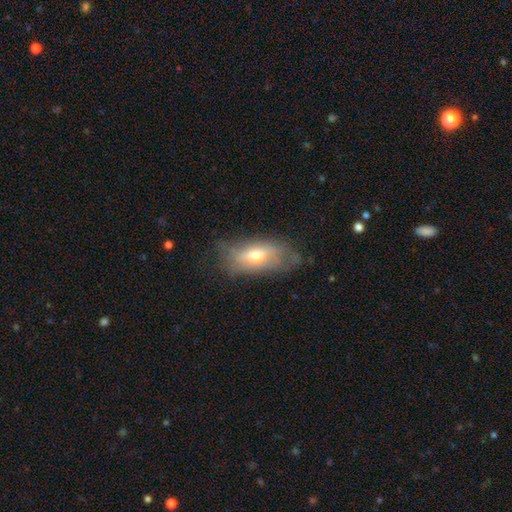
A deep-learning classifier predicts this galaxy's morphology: A smooth galaxy with no disk features (52%) that is in between round and cigar-shaped (83%). Merging: none (57%).